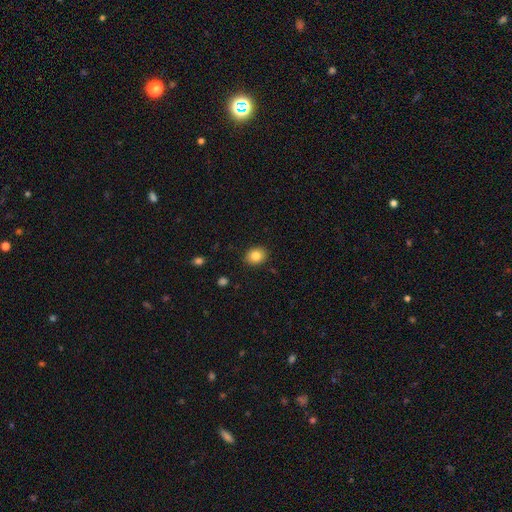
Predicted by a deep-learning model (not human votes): This is clearly a smooth galaxy (83%). How rounded: likely round (61%). Merging: clearly none (89%).